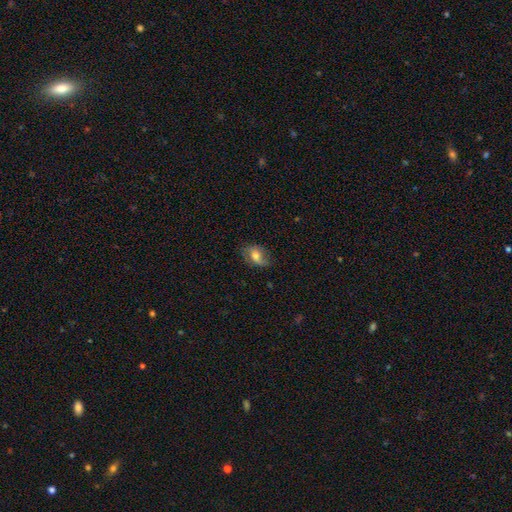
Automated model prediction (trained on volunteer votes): smooth_or_featured: smooth (p=0.57) [alt: featured or disk p=0.34]
how_rounded: in between (p=0.78) [alt: round p=0.20]
merging: none (p=0.67) [alt: minor disturbance p=0.23]